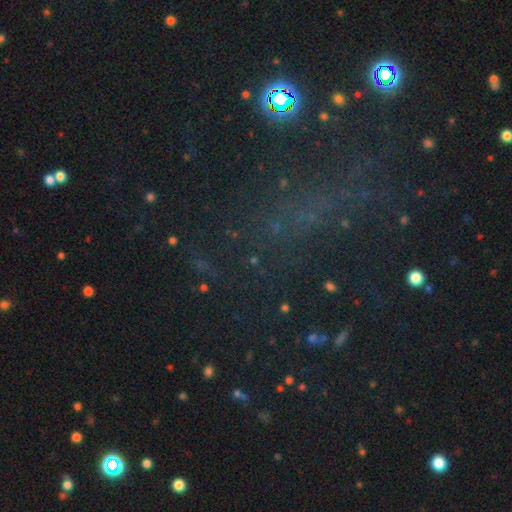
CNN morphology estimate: Smooth or featured? star or artifact (64%)